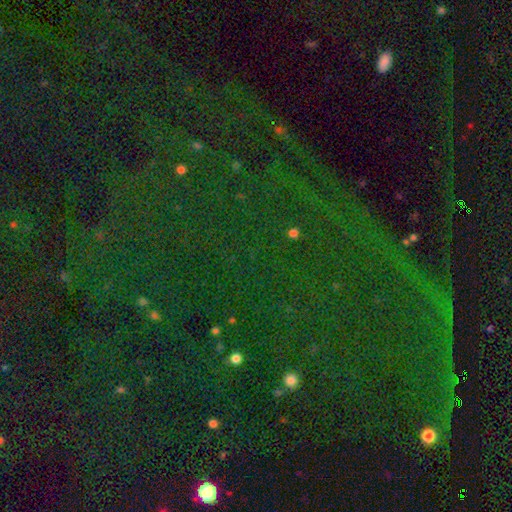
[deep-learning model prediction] The model was most divided on "smooth or featured": star or artifact: 82%, smooth: 10%, featured or disk: 8%.